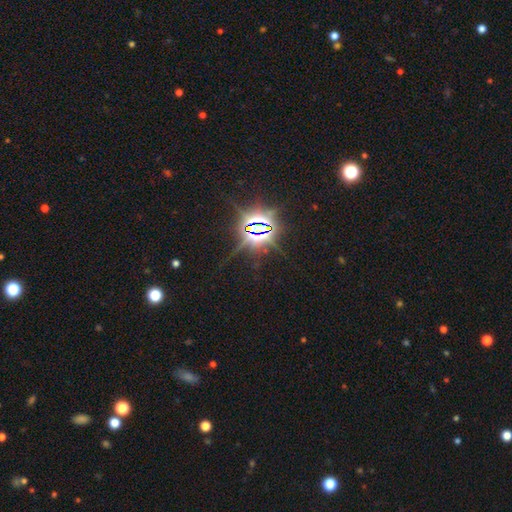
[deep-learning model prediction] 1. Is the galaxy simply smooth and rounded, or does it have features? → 85% star or artifact, 9% smooth, 6% featured or disk.